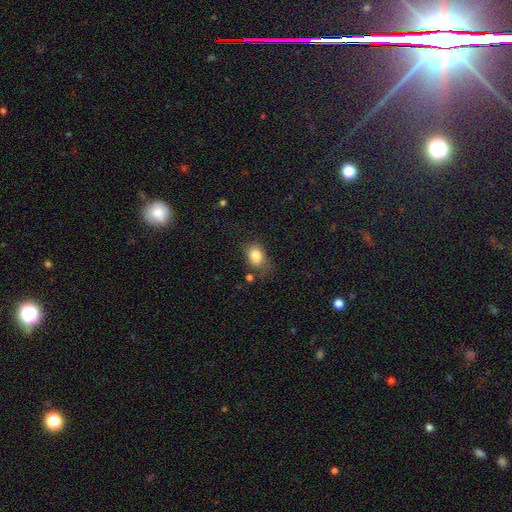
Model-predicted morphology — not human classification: Overall: smooth (82%). How rounded: in between (71%). Merging: none (56%; minor disturbance 26%).